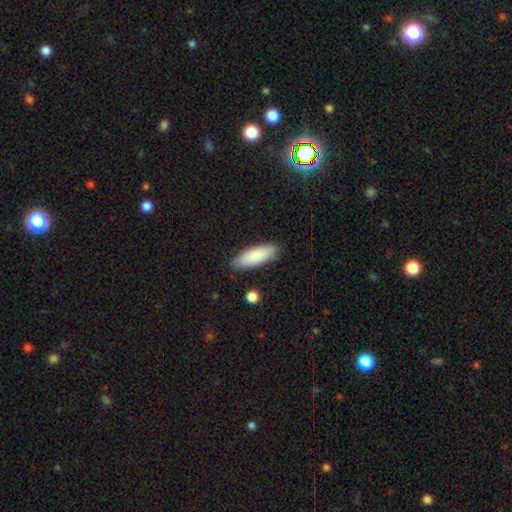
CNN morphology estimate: smooth-or-featured: smooth: 85% | featured or disk: 9% | star or artifact: 5%
  how-rounded: in between: 63% | cigar-shaped: 35% | round: 2%
  merging: none: 86% | minor disturbance: 10% | major disturbance: 2% | merger: 2%